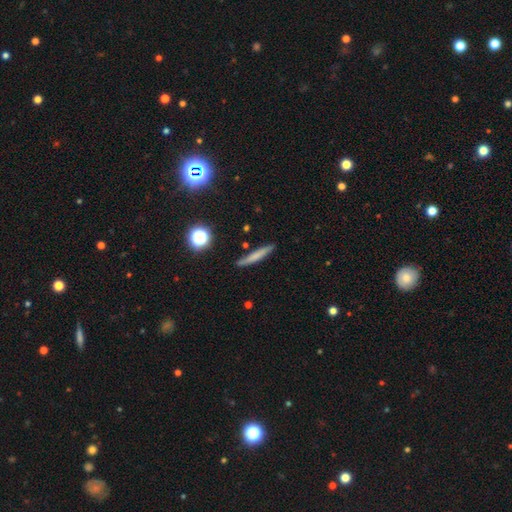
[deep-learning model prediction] Smooth or featured? Predicted: smooth (p=0.62). How rounded? Predicted: cigar-shaped (p=0.93). Merging? Predicted: none (p=0.87).